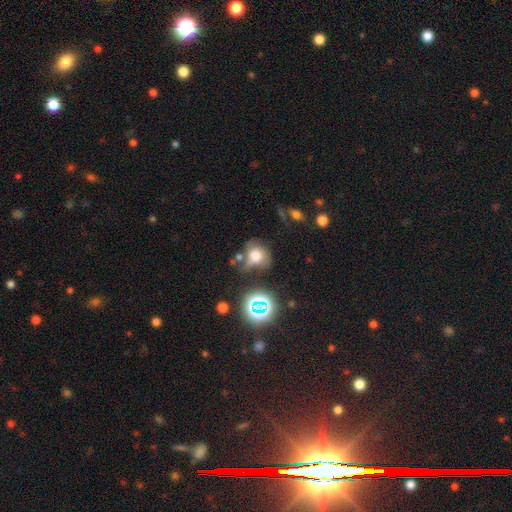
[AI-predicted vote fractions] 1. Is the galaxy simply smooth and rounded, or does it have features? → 60% smooth, 20% star or artifact, 19% featured or disk.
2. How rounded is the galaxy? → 63% round, 36% in between, 1% cigar-shaped.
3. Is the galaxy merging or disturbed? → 42% none, 24% minor disturbance, 18% major disturbance, 16% merger.